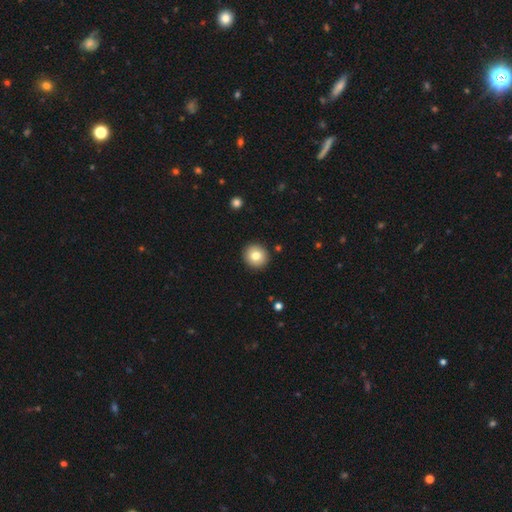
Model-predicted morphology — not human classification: type=smooth (80%); roundness=round (94%); merging=none (92%).